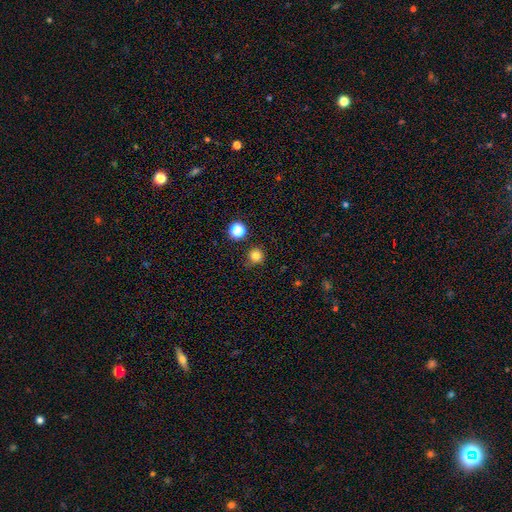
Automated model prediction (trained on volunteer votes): Overall: smooth (80%). How rounded: round (93%). Merging: none (79%).